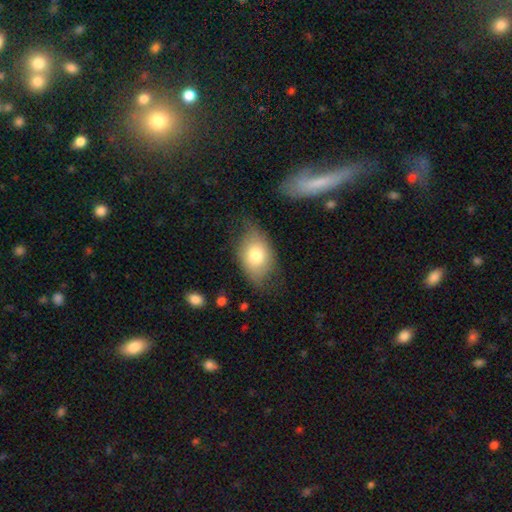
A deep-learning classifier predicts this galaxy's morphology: smooth_or_featured: smooth (p=0.71) [alt: featured or disk p=0.22]
how_rounded: in between (p=0.84) [alt: round p=0.15]
merging: none (p=0.60) [alt: minor disturbance p=0.28]